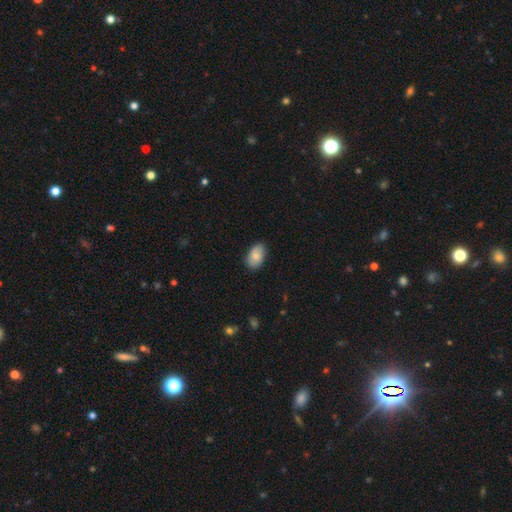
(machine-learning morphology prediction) type=smooth (81%); roundness=in between (92%); merging=none (82%).